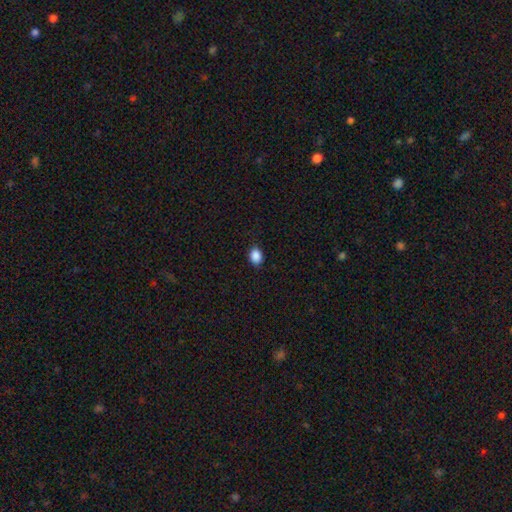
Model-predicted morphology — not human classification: smooth-or-featured: smooth: 88% | star or artifact: 9% | featured or disk: 3%
  how-rounded: in between: 67% | round: 32% | cigar-shaped: 1%
  merging: none: 85% | minor disturbance: 12% | major disturbance: 2% | merger: 1%